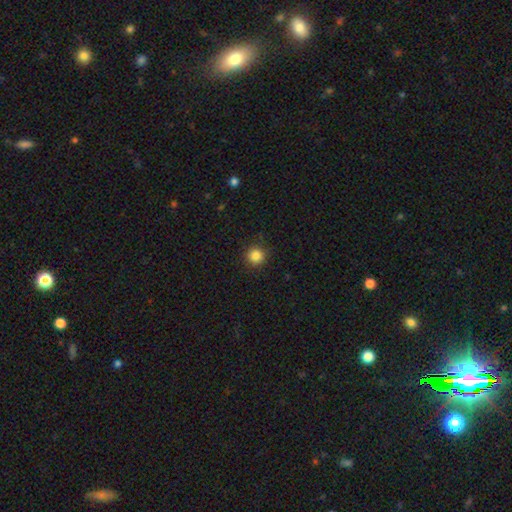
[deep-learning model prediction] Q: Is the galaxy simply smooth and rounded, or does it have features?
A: smooth — 85%.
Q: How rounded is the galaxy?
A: round — 94%.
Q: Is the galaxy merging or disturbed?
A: none — 90%.